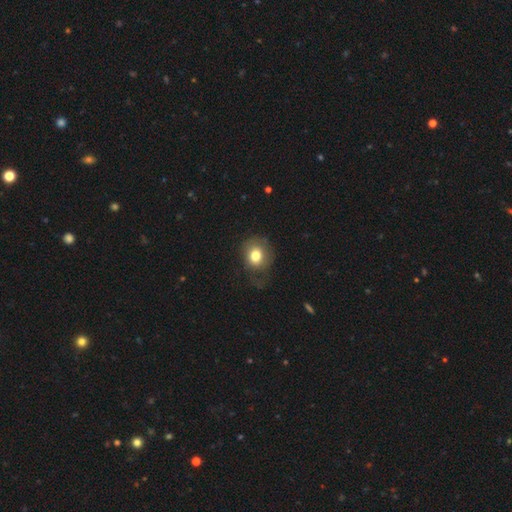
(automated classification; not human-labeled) Overall: smooth (77%). How rounded: round (69%; in between 30%). Merging: none (59%; minor disturbance 24%).